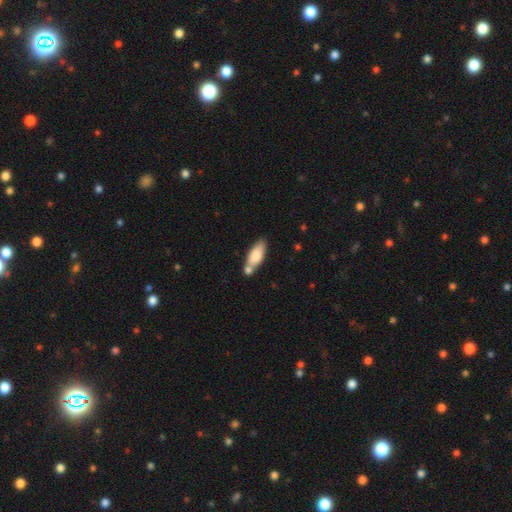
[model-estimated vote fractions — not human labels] Overall: smooth (80%). How rounded: in between (71%). Merging: none (48%; merger 32%).